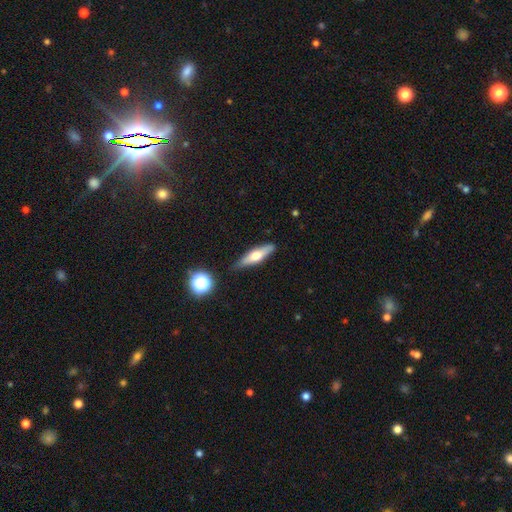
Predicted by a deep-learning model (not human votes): Smooth or featured?
  - smooth: 49% *
  - featured or disk: 44%
  - star or artifact: 7%
Merging?
  - none: 81% *
  - minor disturbance: 14%
  - major disturbance: 3%
  - merger: 2%